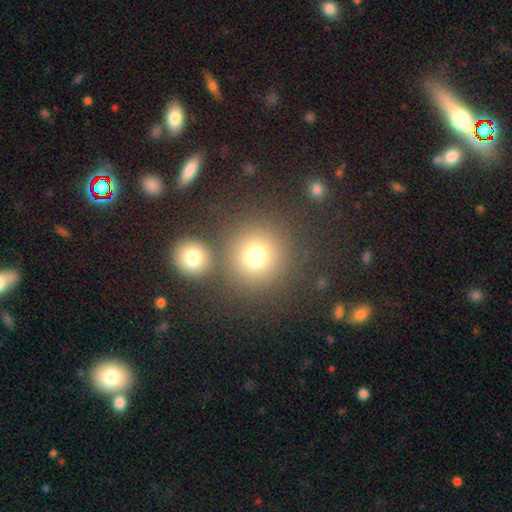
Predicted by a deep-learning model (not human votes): smooth_or_featured: smooth (p=0.74) [alt: star or artifact p=0.17]
how_rounded: round (p=0.93) [alt: in between p=0.06]
merging: none (p=0.71) [alt: merger p=0.19]